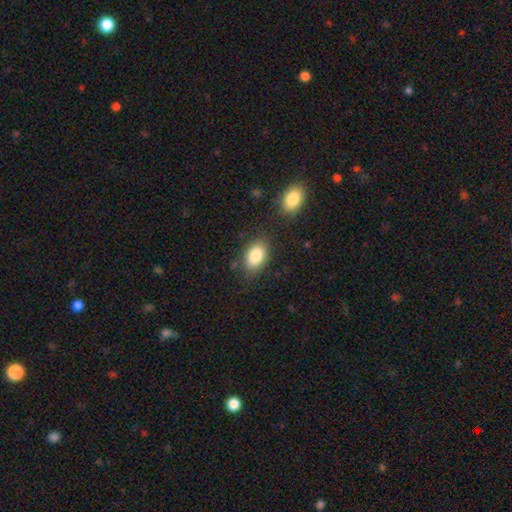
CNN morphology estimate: smooth 85%, featured or disk 8%, star or artifact 8%. Down the decision tree: how rounded — in between (88%); merging — none (79%).